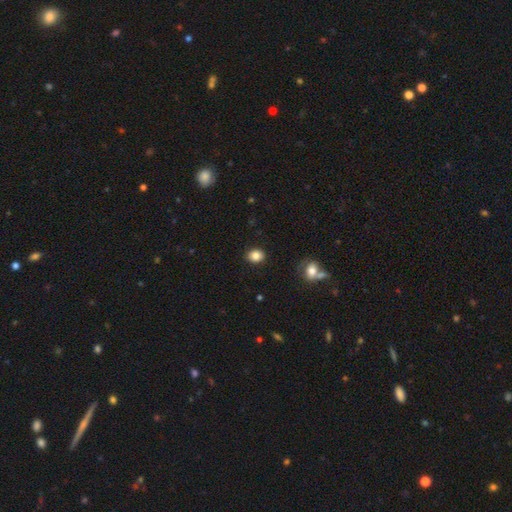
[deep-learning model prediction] The model was most divided on "how rounded": round: 58%, in between: 41%, cigar-shaped: 1%. More confident: merging — none (89%); smooth or featured — smooth (84%).